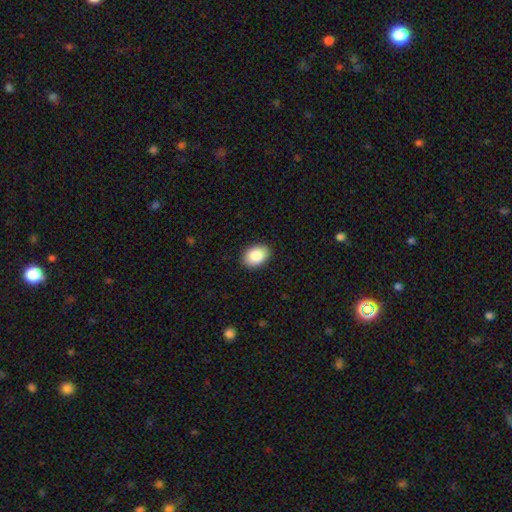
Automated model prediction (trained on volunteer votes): A smooth galaxy with no disk features (87%) that is in between round and cigar-shaped (82%).

Vote fractions:
- Smooth or featured? smooth: 87% / star or artifact: 7% / featured or disk: 6%
- How rounded? in between: 82% / round: 17% / cigar-shaped: 1%
- Merging? none: 89% / minor disturbance: 8% / major disturbance: 2% / merger: 1%